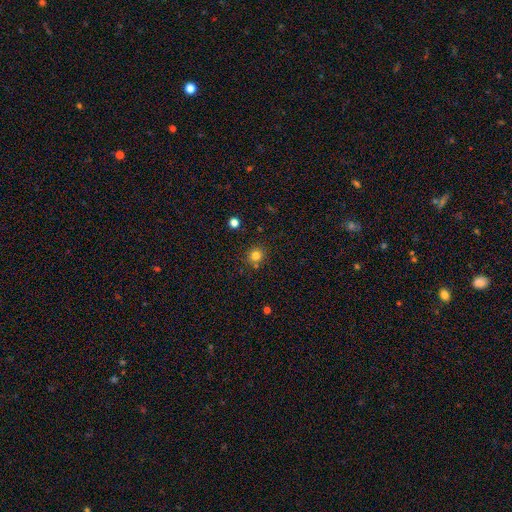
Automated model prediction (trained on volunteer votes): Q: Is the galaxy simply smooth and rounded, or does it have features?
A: smooth — 79%.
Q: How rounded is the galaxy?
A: round — 90%.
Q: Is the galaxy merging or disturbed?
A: none — 82%.